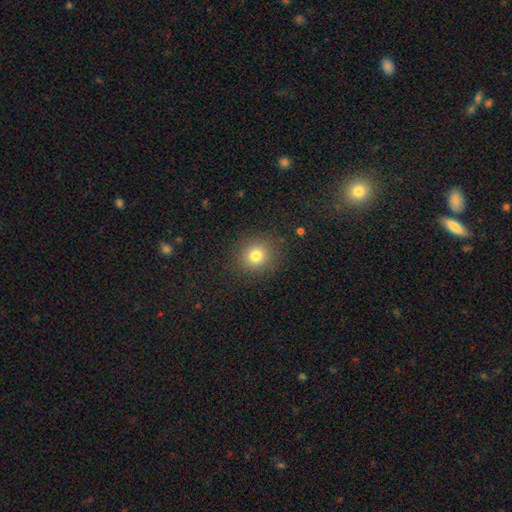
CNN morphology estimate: Overall: smooth (79%). How rounded: round (86%). Merging: none (89%).